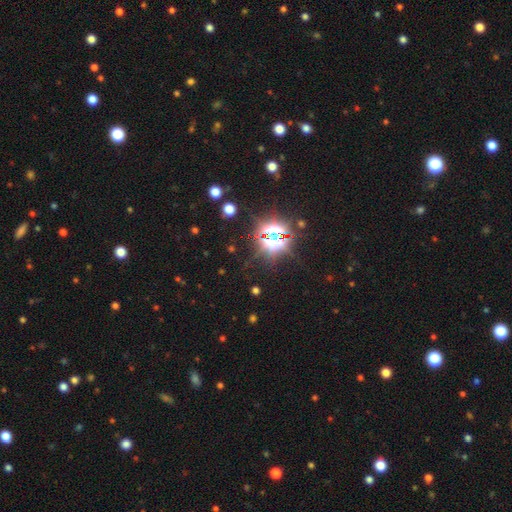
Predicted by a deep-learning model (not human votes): star or artifact 81%, smooth 13%, featured or disk 6%.